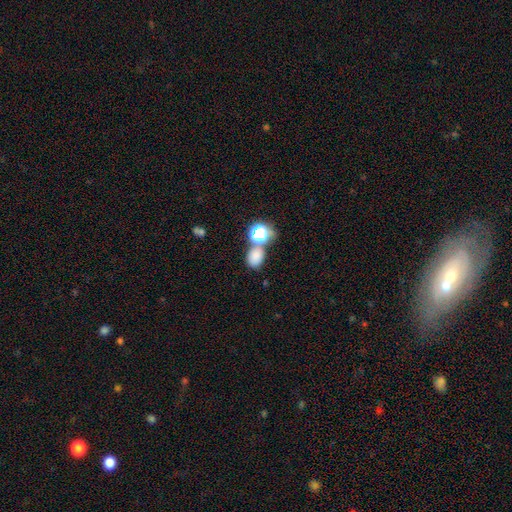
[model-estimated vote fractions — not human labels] A smooth galaxy with no disk features (74%) that is in between round and cigar-shaped (58%).

Vote fractions:
- Smooth or featured? smooth: 74% / star or artifact: 19% / featured or disk: 7%
- How rounded? in between: 58% / round: 41% / cigar-shaped: 1%
- Merging? none: 58% / merger: 26% / minor disturbance: 11% / major disturbance: 5%